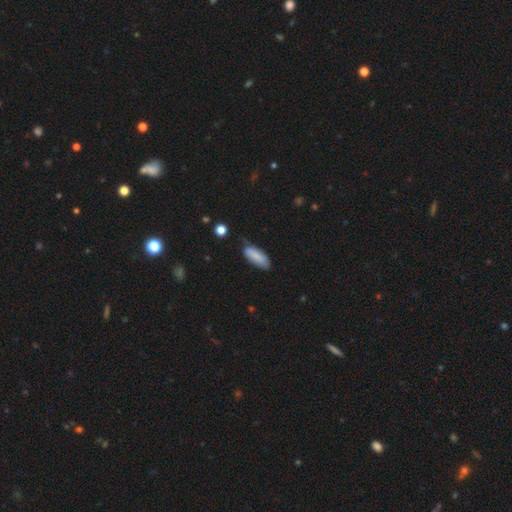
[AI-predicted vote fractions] smooth_or_featured: smooth (p=0.81) [alt: featured or disk p=0.12]
how_rounded: in between (p=0.73) [alt: cigar-shaped p=0.25]
merging: none (p=0.51) [alt: minor disturbance p=0.37]